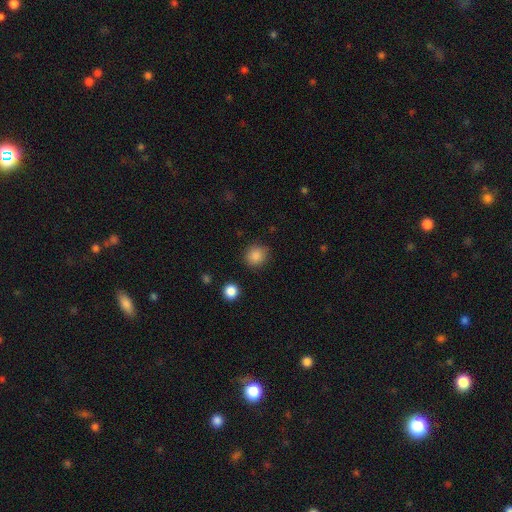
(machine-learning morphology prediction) smooth 86%, star or artifact 10%, featured or disk 4%. Down the decision tree: how rounded — round (86%); merging — none (85%).